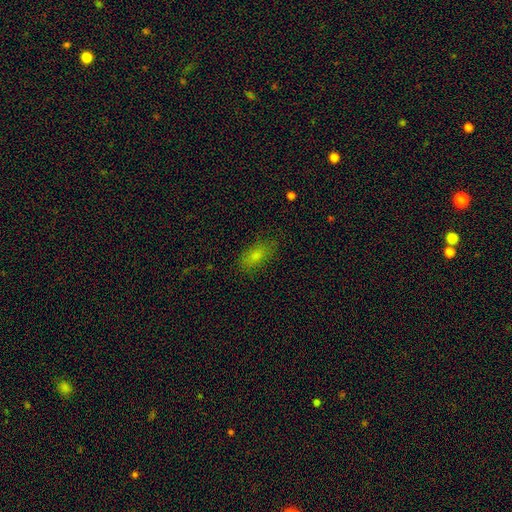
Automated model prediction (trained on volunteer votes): Morphology: type=smooth (78%); roundness=in between (86%); merging=none (80%).